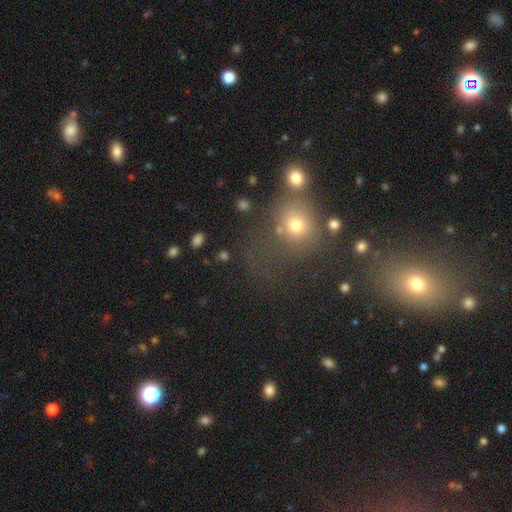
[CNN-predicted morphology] Overall: smooth (56%; star or artifact 34%). How rounded: round (77%). Merging: none (59%).